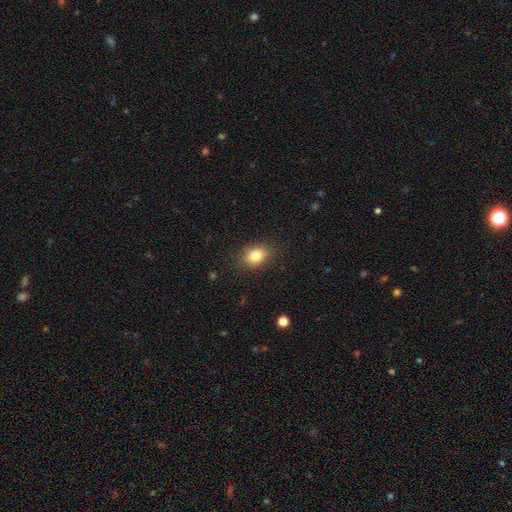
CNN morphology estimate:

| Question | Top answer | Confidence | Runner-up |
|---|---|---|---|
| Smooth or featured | smooth | 82% | star or artifact (10%) |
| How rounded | in between | 61% | round (38%) |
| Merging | none | 85% | minor disturbance (11%) |